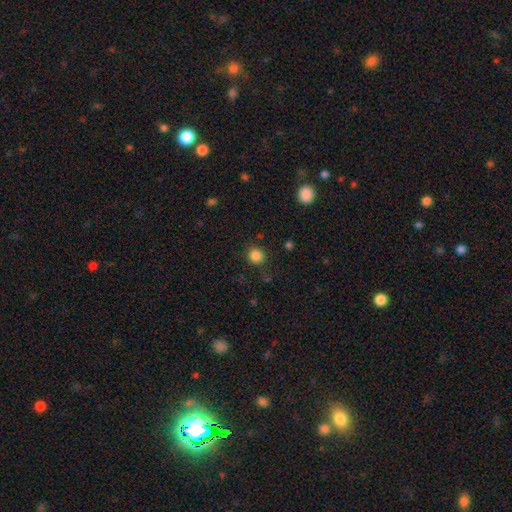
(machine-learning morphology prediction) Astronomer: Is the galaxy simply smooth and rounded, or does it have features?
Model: smooth — 84%.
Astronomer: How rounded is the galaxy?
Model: round — 92%.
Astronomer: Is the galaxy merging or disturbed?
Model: none — 86%.